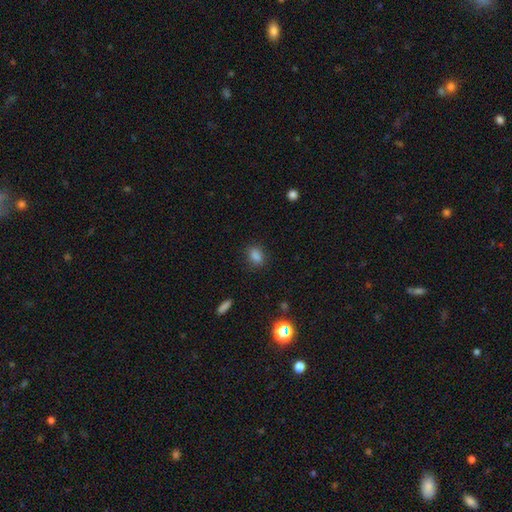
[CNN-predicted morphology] smooth_or_featured: smooth (p=0.83) [alt: star or artifact p=0.13]
how_rounded: in between (p=0.73) [alt: round p=0.25]
merging: none (p=0.84) [alt: minor disturbance p=0.12]